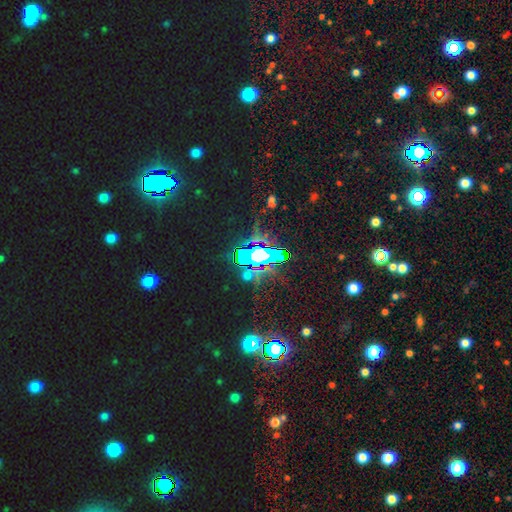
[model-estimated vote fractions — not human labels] A star or artifact, not a galaxy (74%).